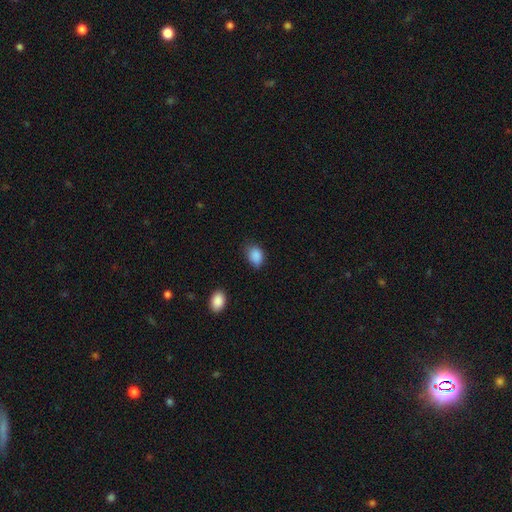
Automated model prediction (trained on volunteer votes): Smooth or featured: smooth — 88% (star or artifact — 9%)
How rounded: in between — 75% (round — 24%)
Merging: none — 68% (minor disturbance — 25%)